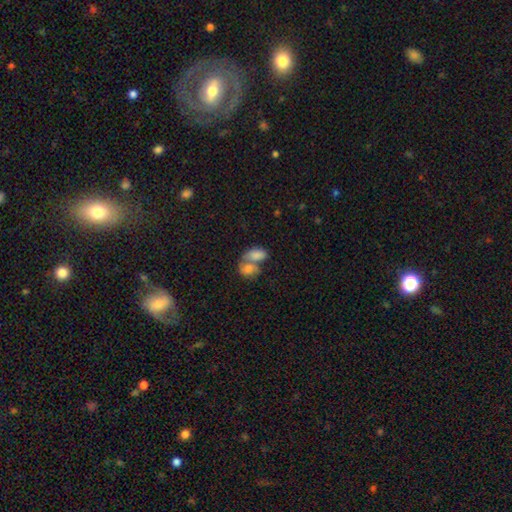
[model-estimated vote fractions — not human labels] This is likely a smooth galaxy (79%). How rounded: clearly in between (86%). Merging: likely merger (70%).